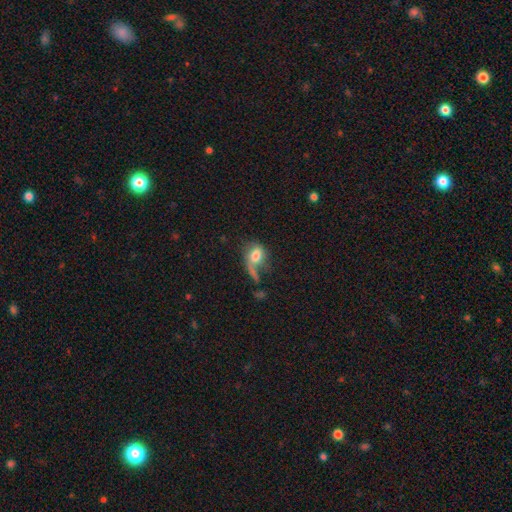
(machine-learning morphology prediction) Smooth or featured? smooth (63%)
How rounded? in between (68%)
Merging? major disturbance (37%)